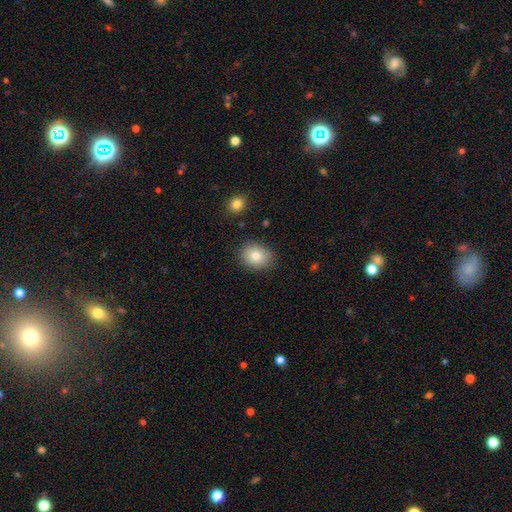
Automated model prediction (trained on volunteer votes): Smooth or featured? smooth (81%)
How rounded? round (59%)
Merging? none (83%)